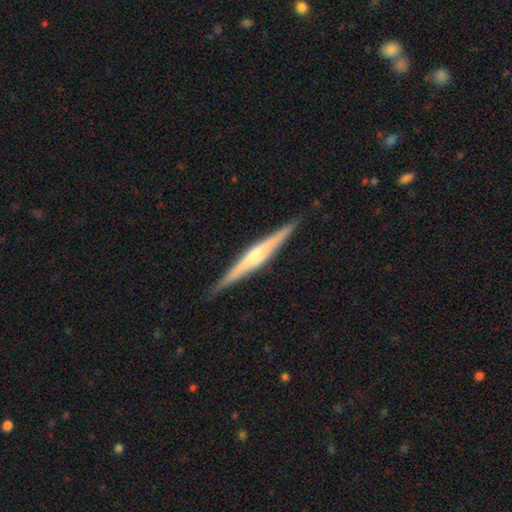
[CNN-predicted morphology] This is likely a featured or disk galaxy (75%). It is clearly viewed edge-on (98%). Edge-on bulge: likely rounded (71%). Merging: clearly none (91%).